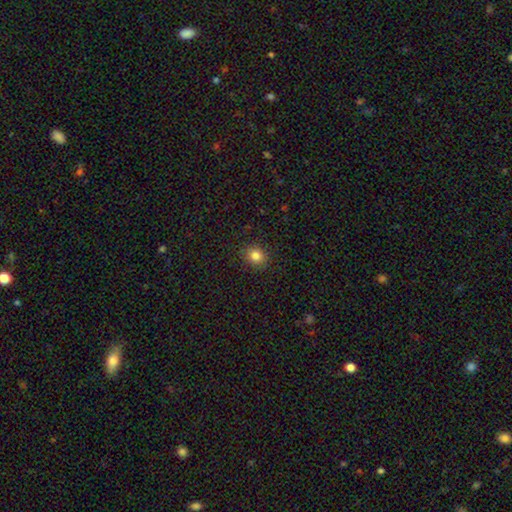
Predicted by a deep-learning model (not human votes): Smooth or featured? Predicted: smooth (p=0.83). How rounded? Predicted: round (p=0.75). Merging? Predicted: none (p=0.89).